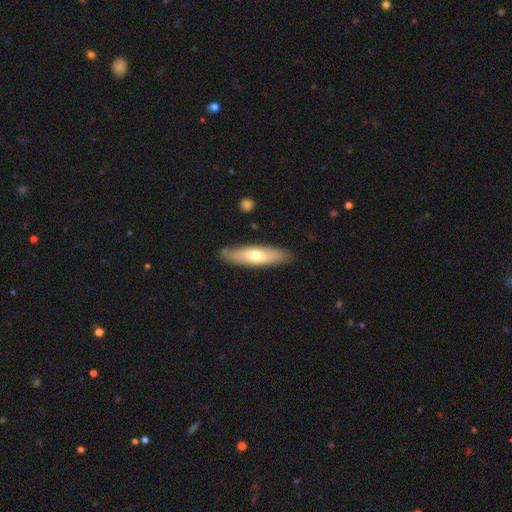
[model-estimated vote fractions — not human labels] smooth_or_featured: smooth (p=0.55) [alt: featured or disk p=0.39]
how_rounded: cigar-shaped (p=0.62) [alt: in between p=0.37]
merging: none (p=0.85) [alt: minor disturbance p=0.11]